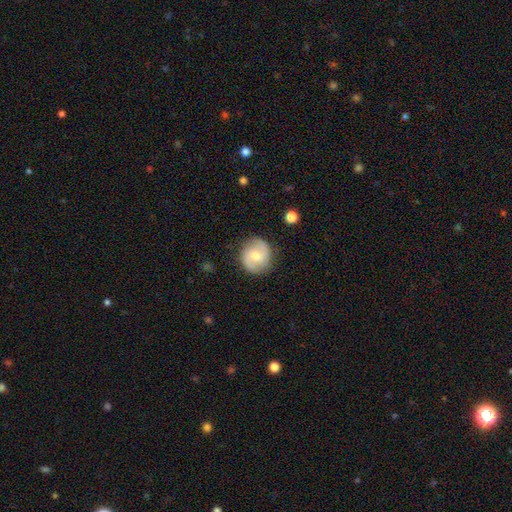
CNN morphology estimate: smooth_or_featured: featured or disk (p=0.68) [alt: smooth p=0.26]
disk_edge_on: no (p=0.98) [alt: yes p=0.02]
bar: weak (p=0.48) [alt: no p=0.40]
has_spiral_arms: yes (p=0.91) [alt: no p=0.09]
spiral_winding: medium (p=0.49) [alt: loose p=0.27]
spiral_arm_count: 2 (p=0.90) [alt: can't tell p=0.05]
bulge_size: moderate (p=0.53) [alt: small p=0.41]
merging: none (p=0.85) [alt: minor disturbance p=0.11]